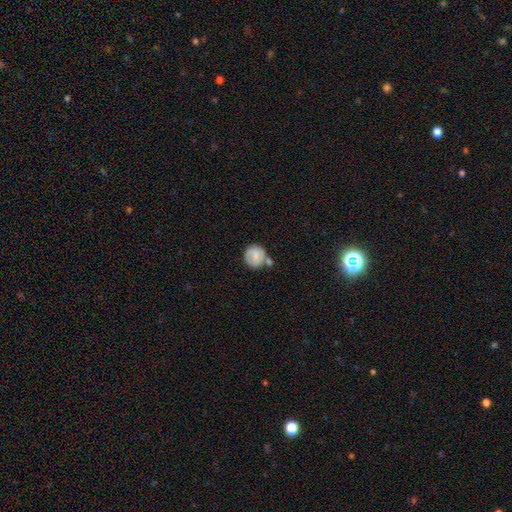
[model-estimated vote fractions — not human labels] A smooth galaxy with no disk features (67%) that is round (84%). Merging: none (54%).